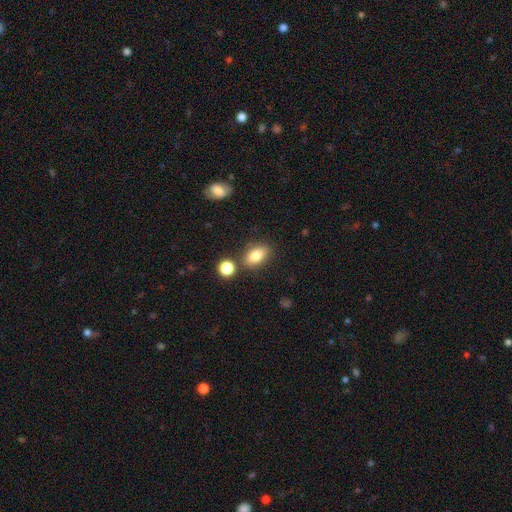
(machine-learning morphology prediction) Smooth or featured: smooth — 81% (featured or disk — 9%)
How rounded: in between — 87% (round — 10%)
Merging: none — 77% (minor disturbance — 12%)